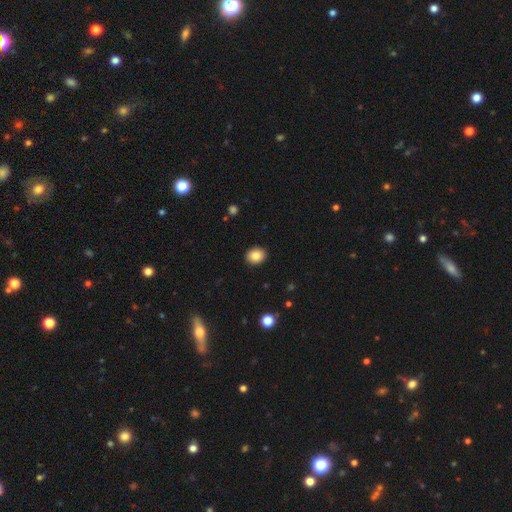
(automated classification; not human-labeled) Smooth or featured: smooth — 85% (star or artifact — 9%)
How rounded: round — 64% (in between — 35%)
Merging: none — 91% (minor disturbance — 6%)